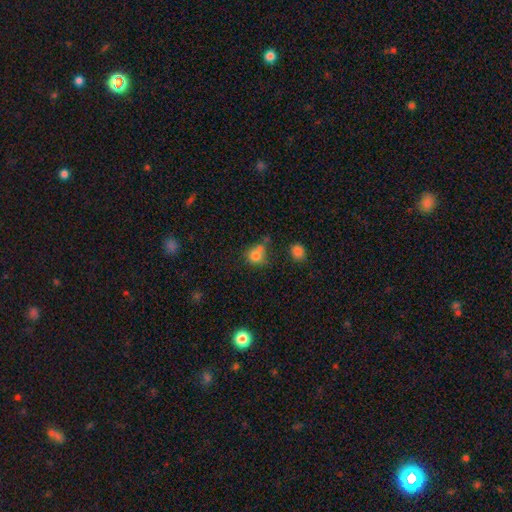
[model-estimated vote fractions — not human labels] Morphology: type=smooth (78%); roundness=round (75%); merging=none (51%).